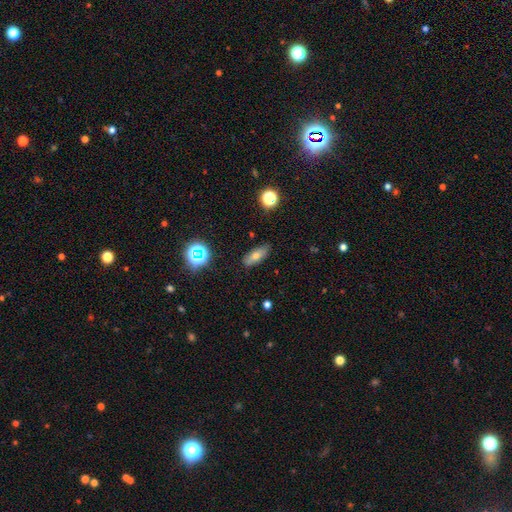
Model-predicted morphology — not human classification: type=smooth (66%); roundness=in between (67%); merging=none (85%).